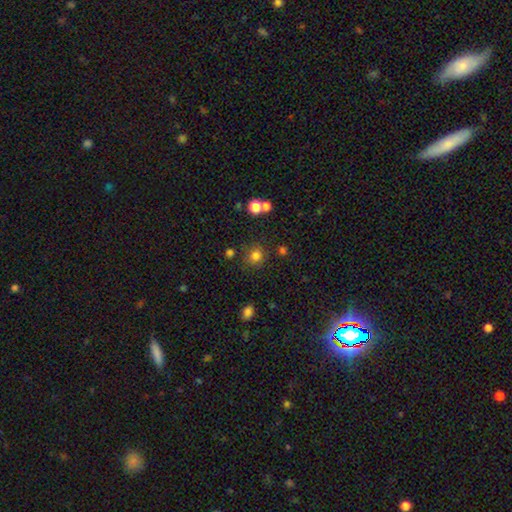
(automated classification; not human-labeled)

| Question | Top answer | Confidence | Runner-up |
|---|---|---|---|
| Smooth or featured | smooth | 79% | star or artifact (15%) |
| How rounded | round | 86% | in between (13%) |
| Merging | none | 80% | minor disturbance (11%) |